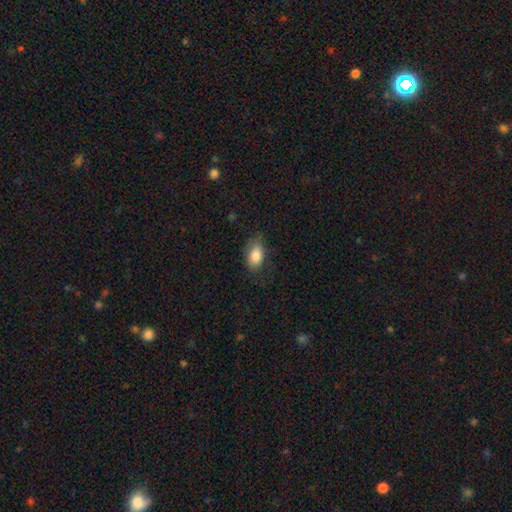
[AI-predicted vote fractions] Smooth or featured: smooth — 84% (featured or disk — 8%)
How rounded: in between — 88% (round — 10%)
Merging: none — 68% (minor disturbance — 24%)